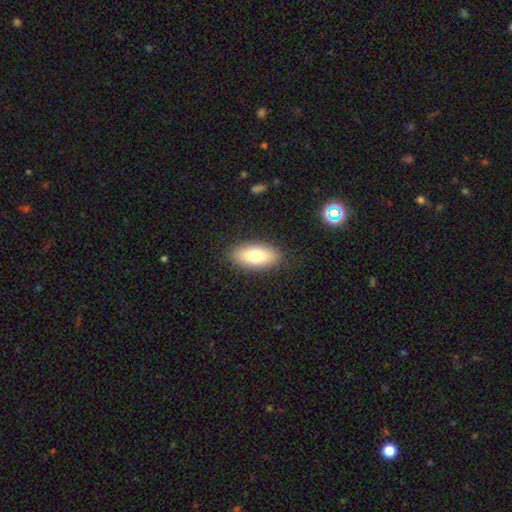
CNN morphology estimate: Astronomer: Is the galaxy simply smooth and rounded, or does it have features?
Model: smooth — 78%.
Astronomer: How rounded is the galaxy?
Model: in between — 88%.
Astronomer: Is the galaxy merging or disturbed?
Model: none — 88%.